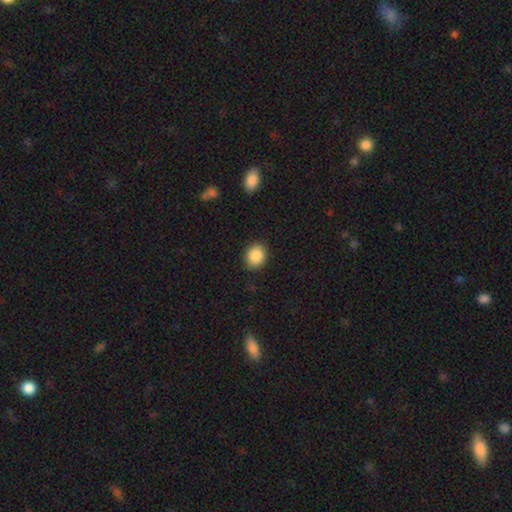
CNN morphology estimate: smooth-or-featured: smooth: 88% | star or artifact: 8% | featured or disk: 4%
  how-rounded: round: 61% | in between: 38% | cigar-shaped: 1%
  merging: none: 89% | minor disturbance: 8% | major disturbance: 2% | merger: 1%